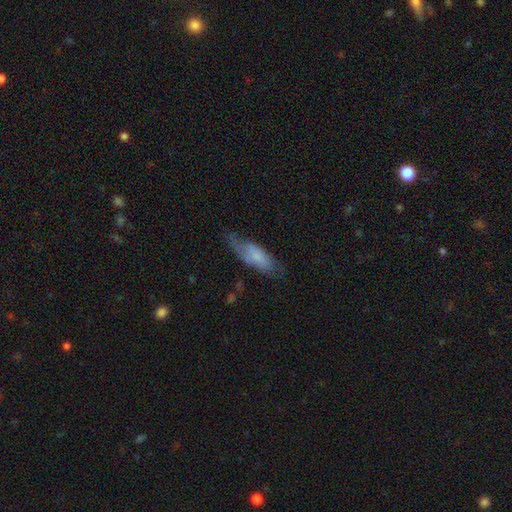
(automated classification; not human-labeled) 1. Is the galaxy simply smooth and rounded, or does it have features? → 61% smooth, 32% featured or disk, 7% star or artifact.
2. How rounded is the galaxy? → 63% in between, 35% cigar-shaped, 2% round.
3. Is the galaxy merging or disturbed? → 53% none, 31% minor disturbance, 14% major disturbance, 2% merger.